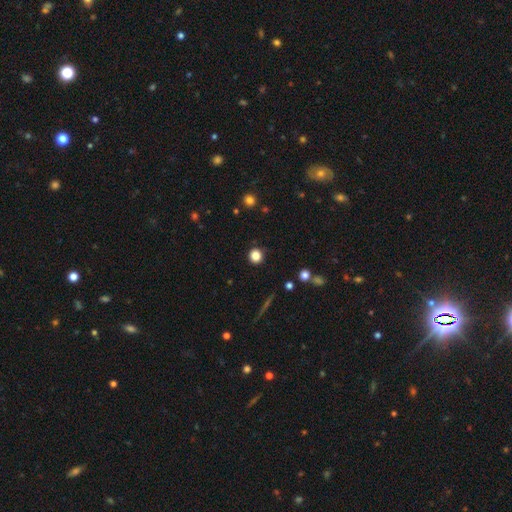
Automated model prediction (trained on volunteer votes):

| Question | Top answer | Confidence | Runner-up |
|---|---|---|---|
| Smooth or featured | smooth | 83% | star or artifact (12%) |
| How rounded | round | 93% | in between (6%) |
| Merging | none | 91% | minor disturbance (6%) |